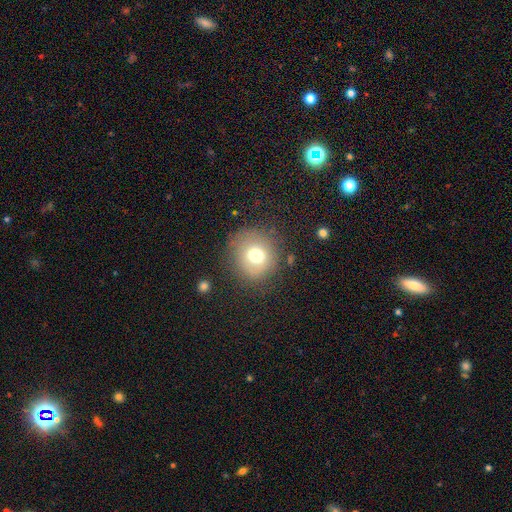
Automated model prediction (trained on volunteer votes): smooth-or-featured: smooth: 70% | featured or disk: 17% | star or artifact: 13%
  how-rounded: round: 86% | in between: 13% | cigar-shaped: 1%
  merging: none: 78% | minor disturbance: 13% | major disturbance: 7% | merger: 2%